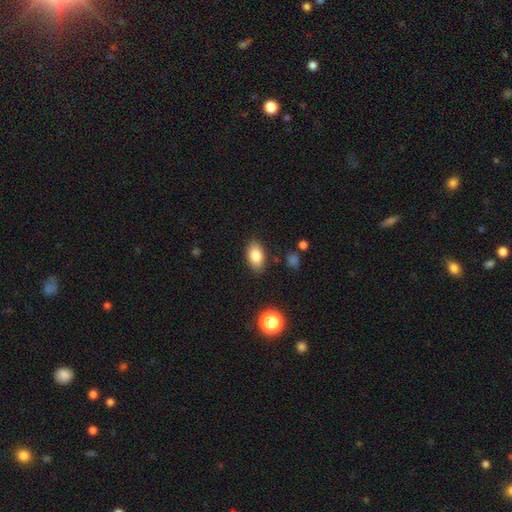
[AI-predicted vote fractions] Overall: smooth (83%). How rounded: in between (90%). Merging: none (86%).